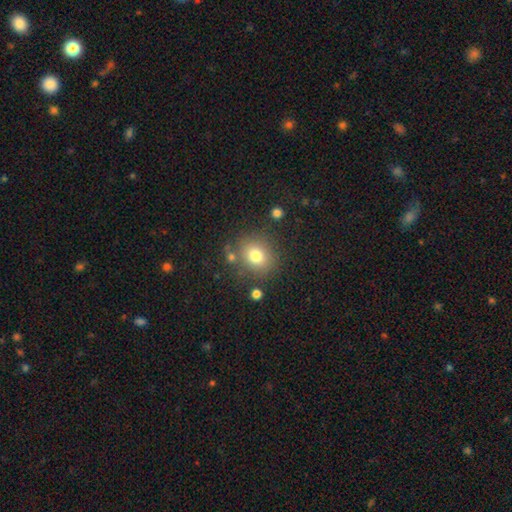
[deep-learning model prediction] smooth_or_featured: smooth (p=0.73) [alt: star or artifact p=0.17]
how_rounded: round (p=0.79) [alt: in between p=0.20]
merging: none (p=0.80) [alt: minor disturbance p=0.10]